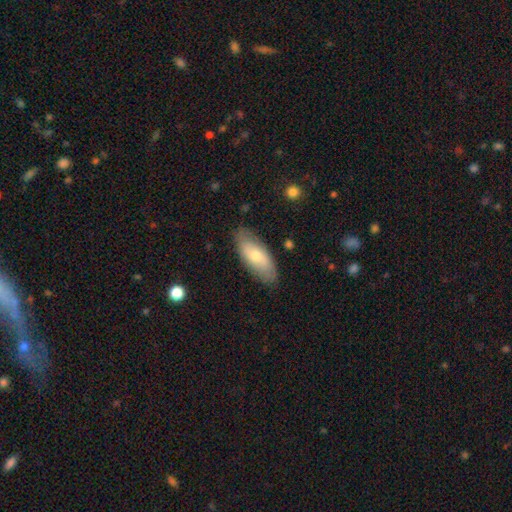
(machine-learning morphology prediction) Smooth or featured? smooth (66%)
How rounded? in between (80%)
Merging? none (82%)